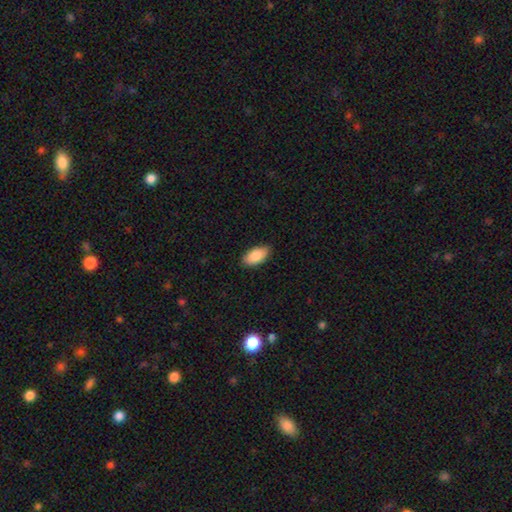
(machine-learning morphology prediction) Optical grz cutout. It shows a smooth galaxy with no disk features (86%) that is in between round and cigar-shaped (93%). Merging: none (87%).